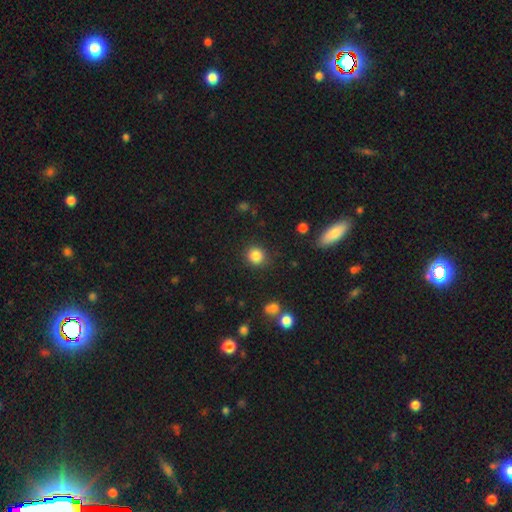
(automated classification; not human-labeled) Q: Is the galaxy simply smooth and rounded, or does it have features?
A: smooth — 85%.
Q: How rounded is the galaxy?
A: round — 86%.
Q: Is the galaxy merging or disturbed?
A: none — 88%.